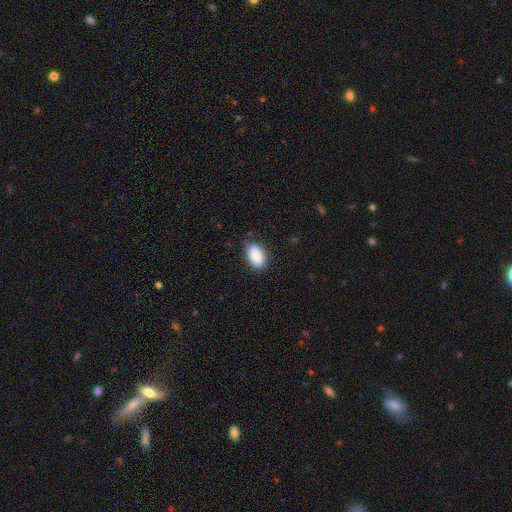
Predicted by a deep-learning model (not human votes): The model was most divided on "merging": none: 74%, minor disturbance: 21%, major disturbance: 4%, merger: 1%. More confident: how rounded — in between (92%); smooth or featured — smooth (88%).